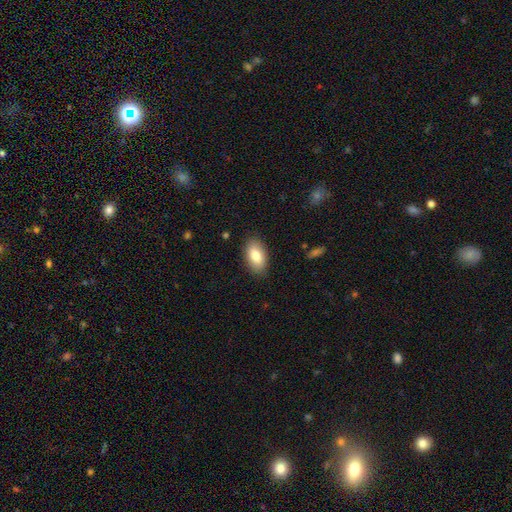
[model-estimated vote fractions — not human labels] smooth_or_featured: smooth (p=0.83) [alt: featured or disk p=0.11]
how_rounded: in between (p=0.93) [alt: round p=0.04]
merging: none (p=0.87) [alt: minor disturbance p=0.10]